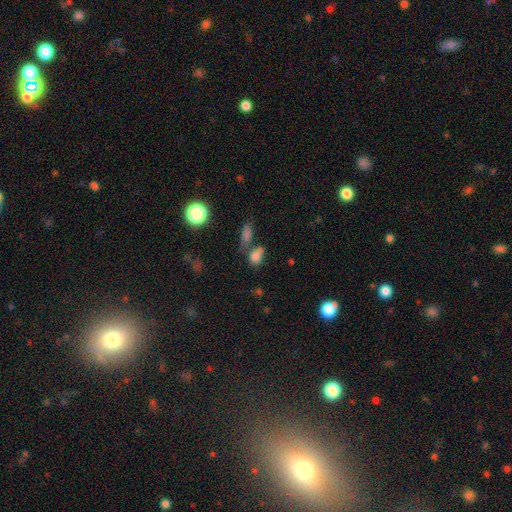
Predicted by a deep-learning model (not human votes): The model was most divided on "merging": none: 44%, merger: 33%, minor disturbance: 16%, major disturbance: 8%. More confident: smooth or featured — smooth (78%); how rounded — in between (70%).